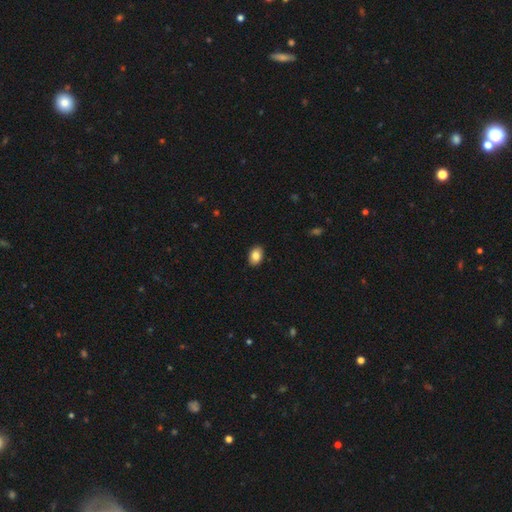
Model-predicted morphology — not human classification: smooth-or-featured: smooth: 85% | star or artifact: 8% | featured or disk: 8%
  how-rounded: in between: 83% | round: 15% | cigar-shaped: 1%
  merging: none: 89% | minor disturbance: 8% | major disturbance: 2% | merger: 1%